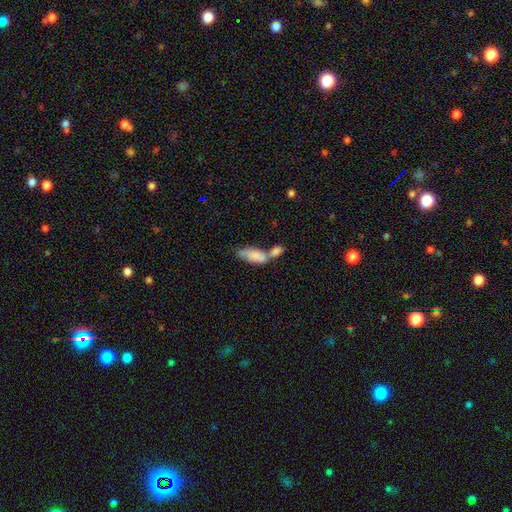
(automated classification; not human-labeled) This is likely a smooth galaxy (77%). How rounded: clearly in between (82%). Merging: likely merger (62%).